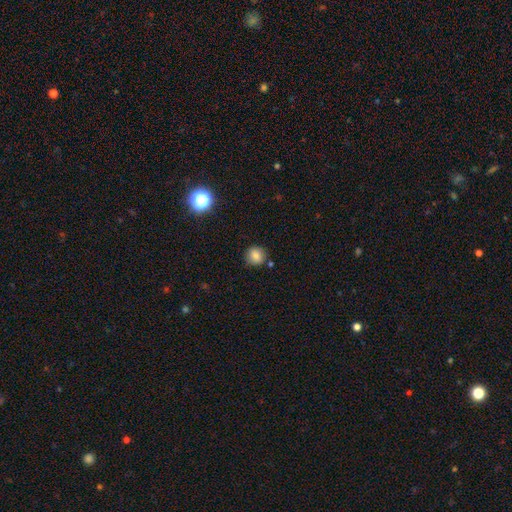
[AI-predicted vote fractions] Overall: smooth (80%). How rounded: round (88%). Merging: none (83%).